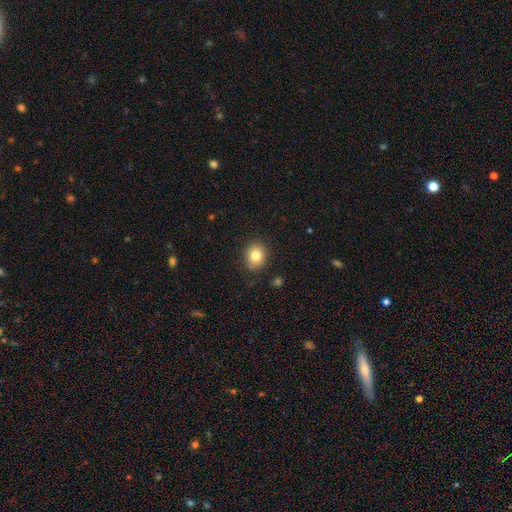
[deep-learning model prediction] smooth 81%, star or artifact 10%, featured or disk 9%. Down the decision tree: how rounded — round (65%); merging — none (85%).